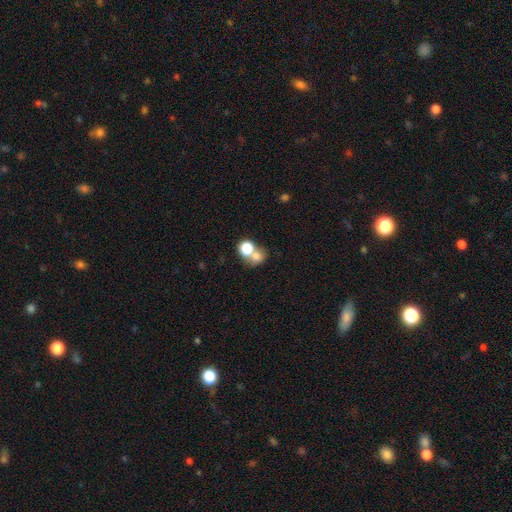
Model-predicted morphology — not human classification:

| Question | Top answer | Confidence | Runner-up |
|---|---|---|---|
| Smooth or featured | smooth | 74% | star or artifact (13%) |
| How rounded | round | 69% | in between (30%) |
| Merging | merger | 54% | none (34%) |